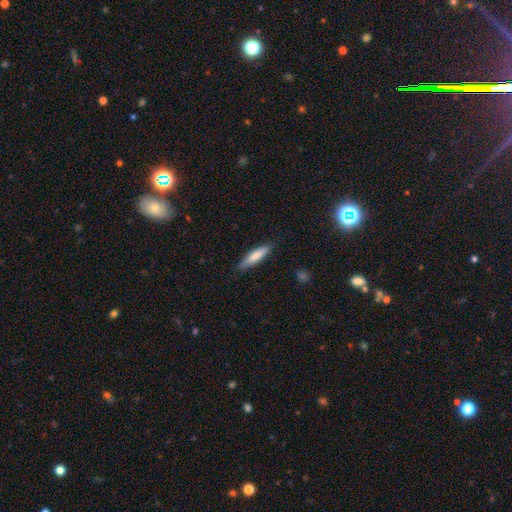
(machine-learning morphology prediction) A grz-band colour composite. It shows a smooth galaxy with no disk features (72%) that is cigar-shaped (79%). Merging: none (84%).